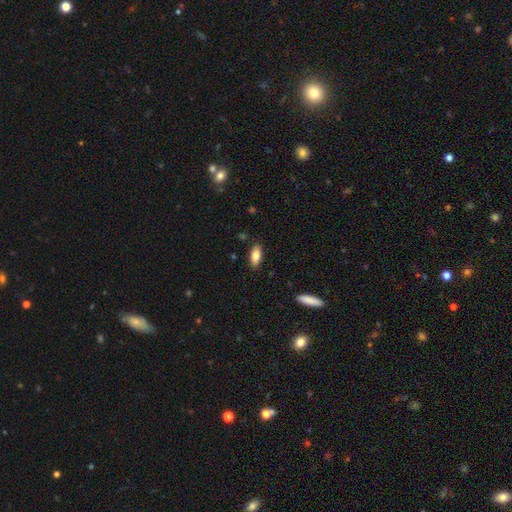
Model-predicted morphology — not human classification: Smooth or featured: smooth — 82% (featured or disk — 11%)
How rounded: in between — 80% (cigar-shaped — 18%)
Merging: none — 87% (minor disturbance — 9%)